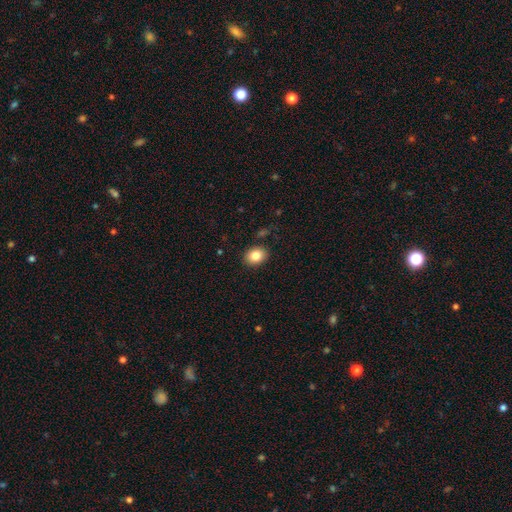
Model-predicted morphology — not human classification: A smooth galaxy with no disk features (84%) that is in between round and cigar-shaped (59%).

Vote fractions:
- Smooth or featured? smooth: 84% / star or artifact: 9% / featured or disk: 8%
- How rounded? in between: 59% / round: 40% / cigar-shaped: 1%
- Merging? none: 87% / minor disturbance: 8% / major disturbance: 2% / merger: 2%